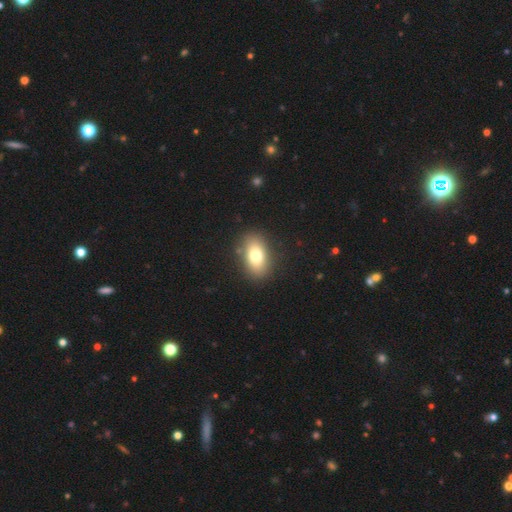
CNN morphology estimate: smooth-or-featured: smooth: 76% | featured or disk: 14% | star or artifact: 9%
  how-rounded: in between: 87% | round: 10% | cigar-shaped: 2%
  merging: none: 86% | minor disturbance: 9% | major disturbance: 3% | merger: 2%